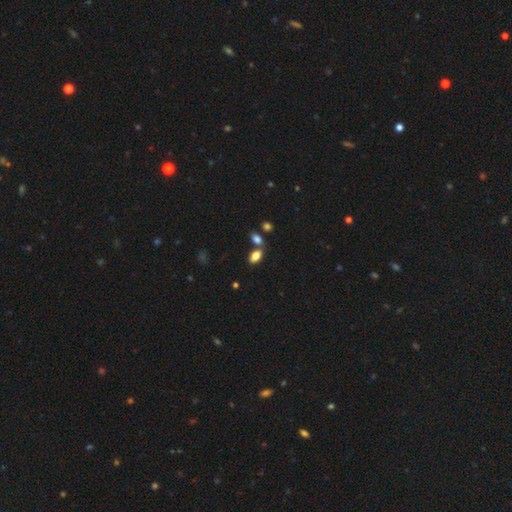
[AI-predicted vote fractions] Smooth or featured: smooth — 83% (star or artifact — 9%)
How rounded: in between — 91% (round — 6%)
Merging: none — 63% (merger — 22%)